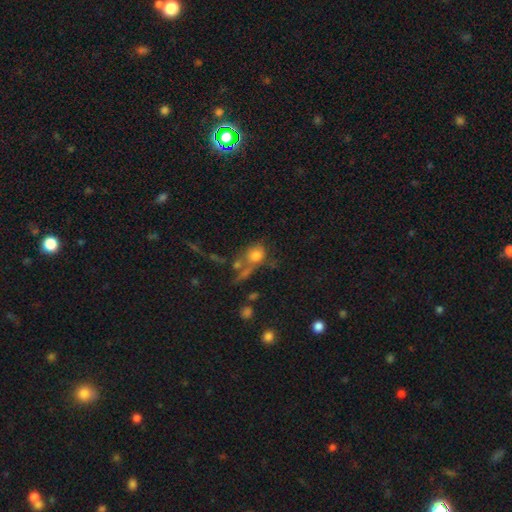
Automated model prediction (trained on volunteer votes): The model was most divided on "merging": none: 35%, merger: 34%, major disturbance: 16%, minor disturbance: 15%. More confident: smooth or featured — smooth (71%); how rounded — round (61%).